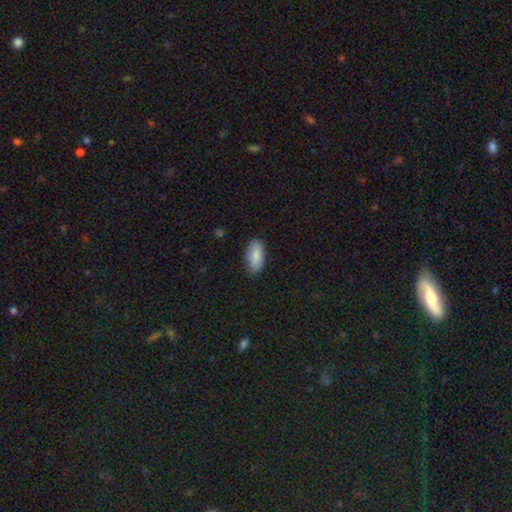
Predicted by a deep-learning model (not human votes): smooth_or_featured: smooth (p=0.85) [alt: featured or disk p=0.09]
how_rounded: in between (p=0.89) [alt: cigar-shaped p=0.08]
merging: none (p=0.83) [alt: minor disturbance p=0.14]